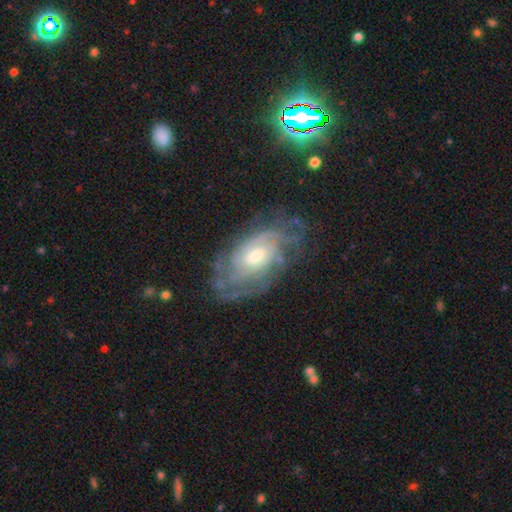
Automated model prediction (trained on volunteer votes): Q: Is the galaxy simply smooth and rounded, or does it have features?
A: featured or disk — 83%.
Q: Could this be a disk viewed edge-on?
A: no — 95%.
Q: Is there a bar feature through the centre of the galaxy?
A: no — 59%.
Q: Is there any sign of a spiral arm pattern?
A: yes — 92%.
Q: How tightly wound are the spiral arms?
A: tight — 65%.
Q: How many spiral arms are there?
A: can't tell — 51%.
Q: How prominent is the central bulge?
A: moderate — 57%.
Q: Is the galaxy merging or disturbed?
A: none — 69%.